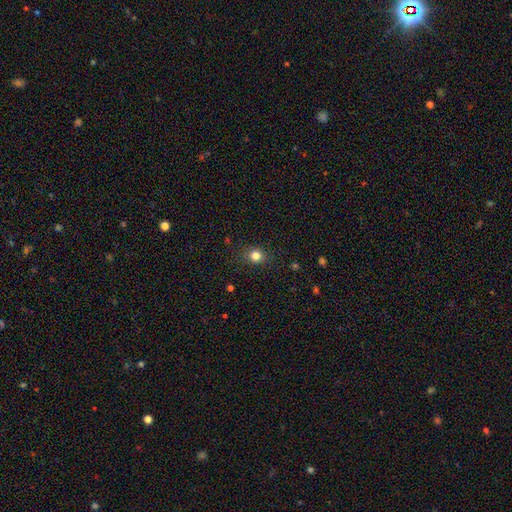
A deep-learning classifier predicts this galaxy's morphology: Smooth or featured?
  - smooth: 81% *
  - star or artifact: 13%
  - featured or disk: 6%
How rounded?
  - round: 79% *
  - in between: 20%
  - cigar-shaped: 1%
Merging?
  - none: 87% *
  - minor disturbance: 9%
  - major disturbance: 3%
  - merger: 1%